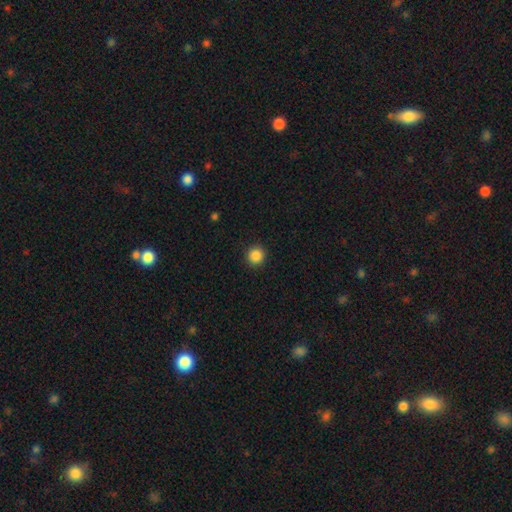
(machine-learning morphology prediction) This is clearly a smooth galaxy (87%). How rounded: clearly round (93%). Merging: clearly none (92%).